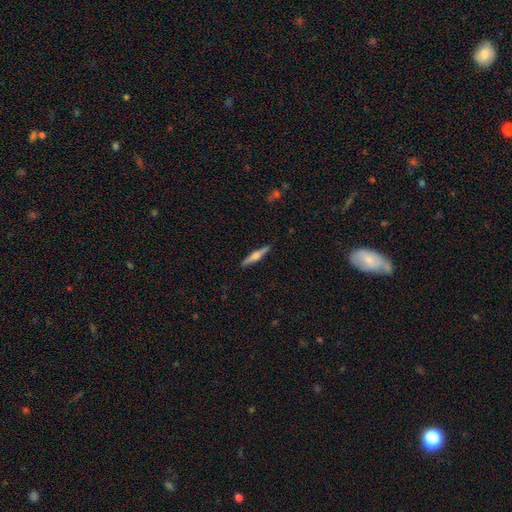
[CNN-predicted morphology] This is likely a featured or disk galaxy (67%). It is clearly viewed edge-on (98%). Edge-on bulge: clearly rounded (90%). Merging: clearly none (91%).